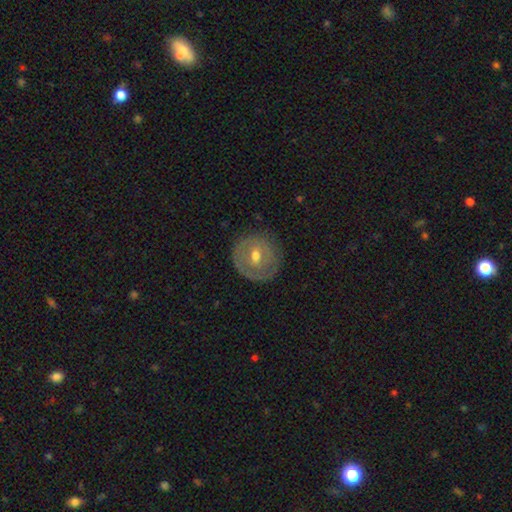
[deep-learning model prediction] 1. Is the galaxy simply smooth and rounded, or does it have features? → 58% featured or disk, 36% smooth, 6% star or artifact.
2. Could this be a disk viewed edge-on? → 95% no, 5% yes.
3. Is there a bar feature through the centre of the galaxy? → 44% weak, 43% no, 13% strong.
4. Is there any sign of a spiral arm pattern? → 62% no, 38% yes.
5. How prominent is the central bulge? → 74% moderate, 20% small, 4% large, 1% none, 1% dominant.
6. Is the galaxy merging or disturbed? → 80% none, 14% minor disturbance, 5% major disturbance, 1% merger.